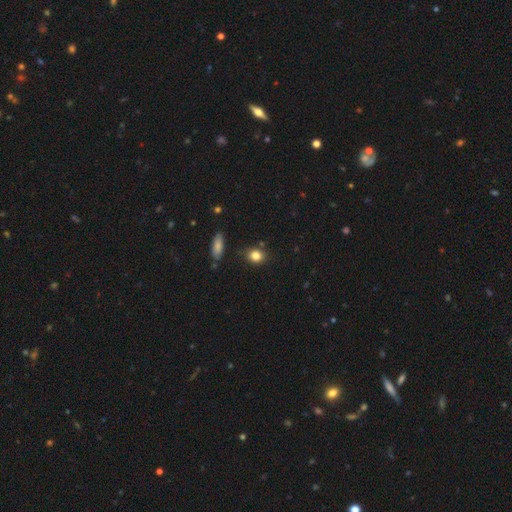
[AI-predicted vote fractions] Morphology: type=smooth (82%); roundness=round (60%); merging=none (81%).